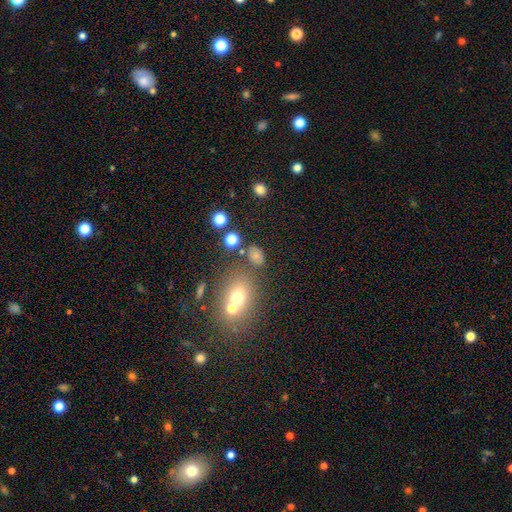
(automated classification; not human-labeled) Smooth or featured: smooth — 71% (star or artifact — 19%)
How rounded: in between — 69% (round — 29%)
Merging: none — 64% (minor disturbance — 16%)